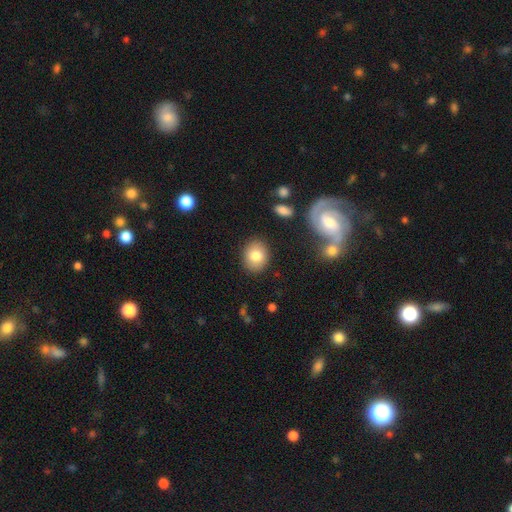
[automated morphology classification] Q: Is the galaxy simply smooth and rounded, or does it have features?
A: smooth — 79%.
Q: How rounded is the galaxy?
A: round — 59%.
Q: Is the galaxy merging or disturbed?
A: none — 87%.